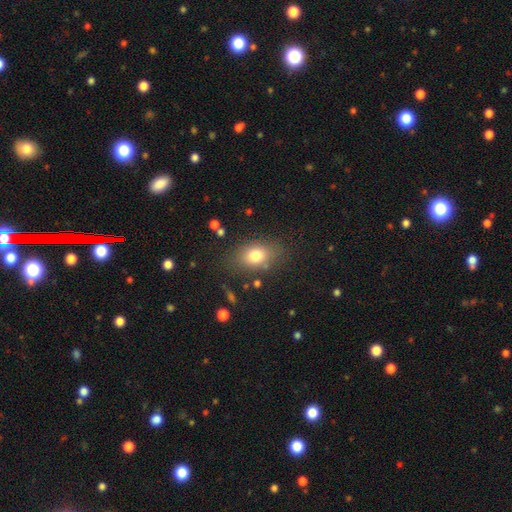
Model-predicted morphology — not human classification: Smooth or featured? smooth (77%)
How rounded? in between (76%)
Merging? none (78%)